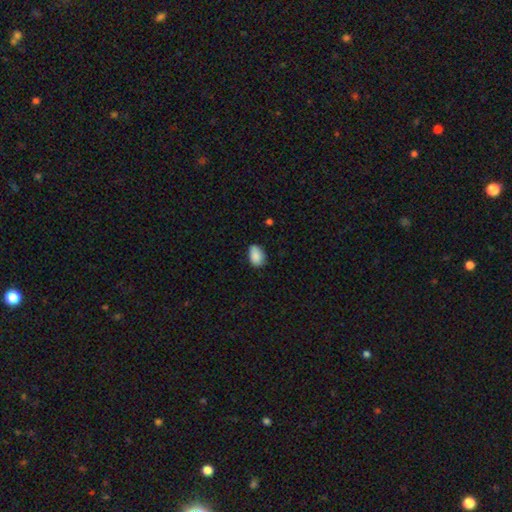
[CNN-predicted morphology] Smooth or featured: smooth — 88% (star or artifact — 8%)
How rounded: in between — 85% (round — 14%)
Merging: none — 68% (minor disturbance — 27%)